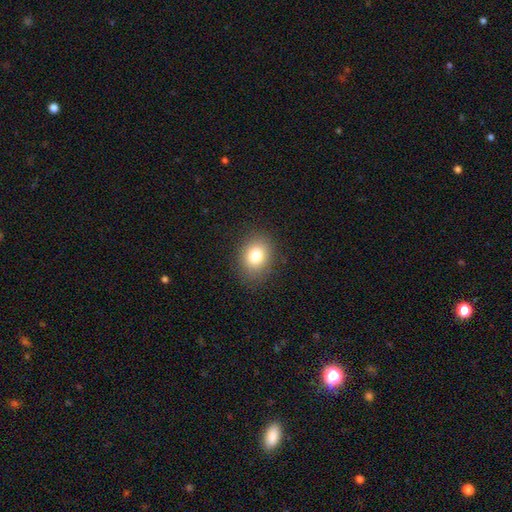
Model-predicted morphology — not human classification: type=smooth (80%); roundness=in between (50%); merging=none (87%).